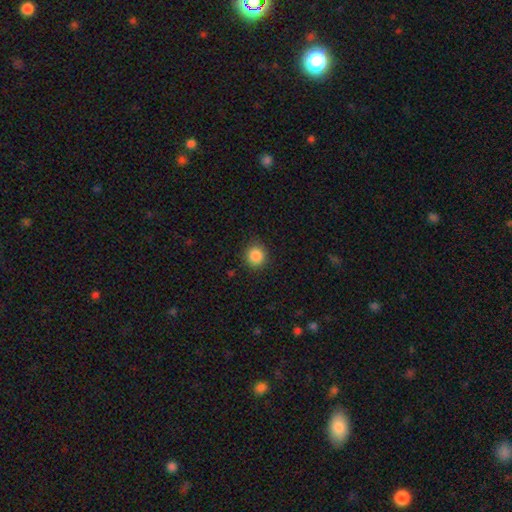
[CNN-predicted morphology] Smooth or featured?
  - smooth: 87% *
  - star or artifact: 10%
  - featured or disk: 3%
How rounded?
  - round: 92% *
  - in between: 7%
  - cigar-shaped: 1%
Merging?
  - none: 89% *
  - minor disturbance: 7%
  - major disturbance: 2%
  - merger: 1%